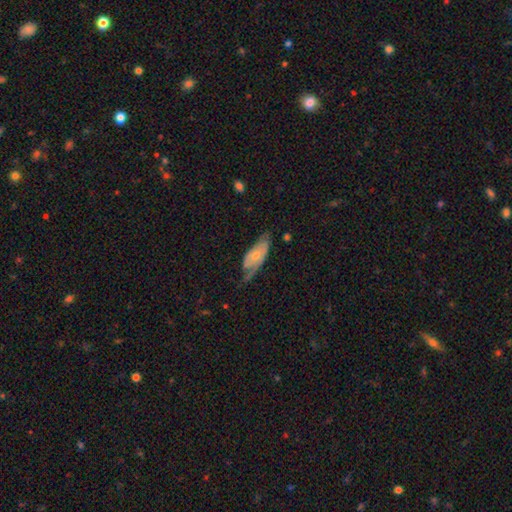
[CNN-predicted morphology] The model was most divided on "merging": none: 45%, minor disturbance: 31%, major disturbance: 22%, merger: 2%. More confident: edge-on disk — no (88%); spiral arms — yes (81%); bar — no (72%); smooth or featured — featured or disk (62%); bulge size — small (53%).